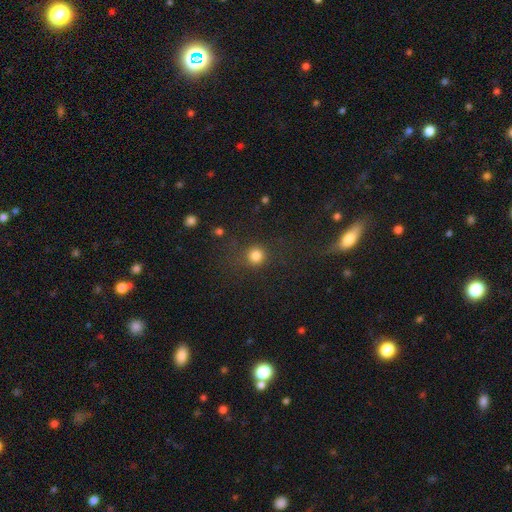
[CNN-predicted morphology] A smooth galaxy with no disk features (81%) that is round (92%).

Vote fractions:
- Smooth or featured? smooth: 81% / star or artifact: 14% / featured or disk: 5%
- How rounded? round: 92% / in between: 7% / cigar-shaped: 1%
- Merging? none: 80% / minor disturbance: 10% / major disturbance: 7% / merger: 3%